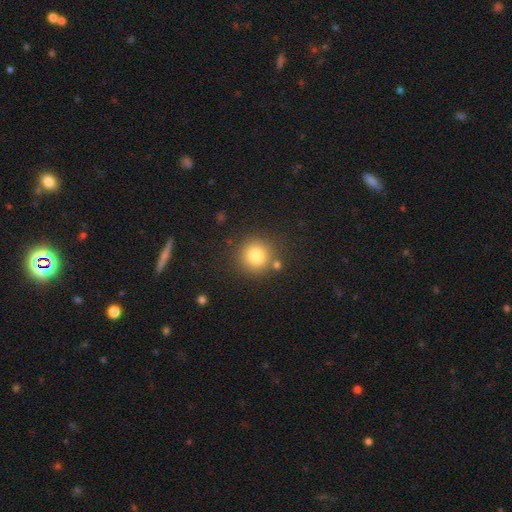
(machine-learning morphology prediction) smooth 82%, star or artifact 11%, featured or disk 7%. Down the decision tree: how rounded — round (91%); merging — none (82%).